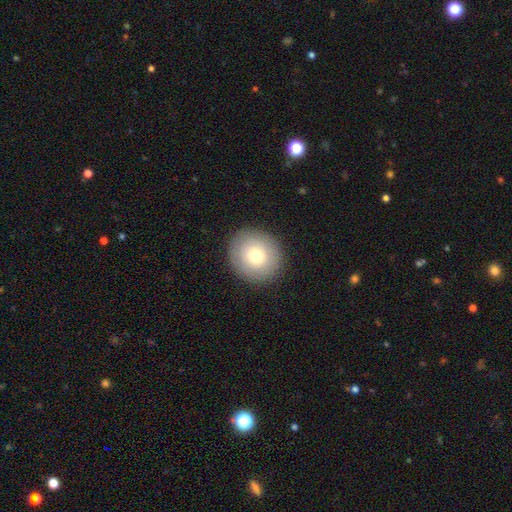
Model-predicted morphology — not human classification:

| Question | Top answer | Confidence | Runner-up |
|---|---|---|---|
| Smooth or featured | smooth | 75% | featured or disk (16%) |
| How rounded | round | 87% | in between (12%) |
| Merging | none | 90% | minor disturbance (7%) |